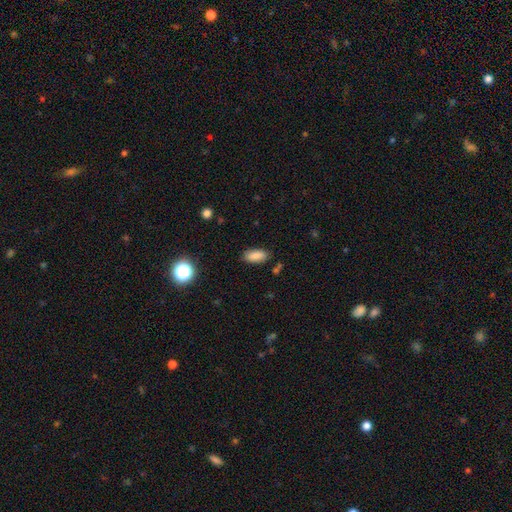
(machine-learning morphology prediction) The model was most divided on "merging": none: 84%, minor disturbance: 11%, major disturbance: 3%, merger: 2%. More confident: how rounded — in between (87%); smooth or featured — smooth (86%).